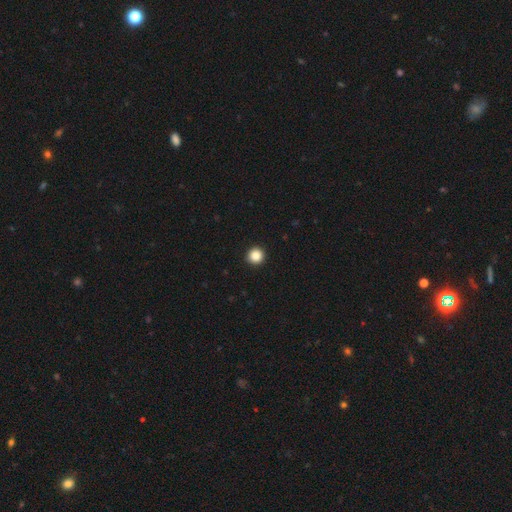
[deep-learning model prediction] smooth_or_featured: smooth (p=0.86) [alt: star or artifact p=0.10]
how_rounded: round (p=0.96) [alt: in between p=0.03]
merging: none (p=0.94) [alt: minor disturbance p=0.04]